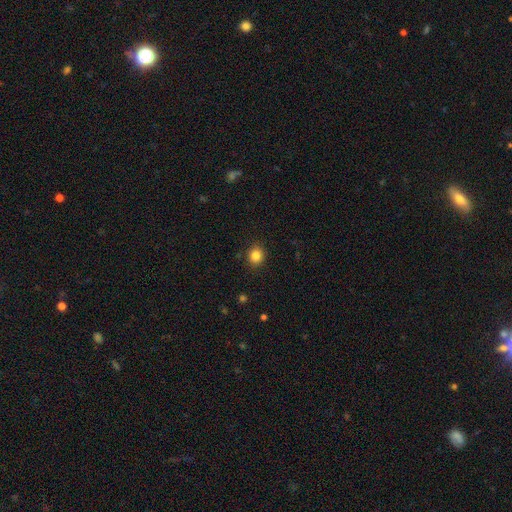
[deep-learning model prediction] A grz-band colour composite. It shows a smooth galaxy with no disk features (84%) that is round (76%). Merging: none (89%).